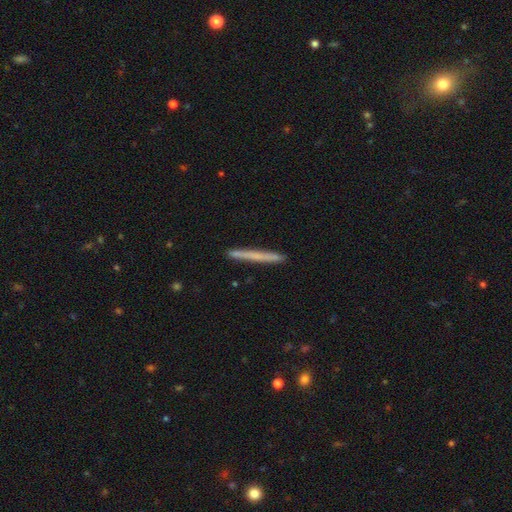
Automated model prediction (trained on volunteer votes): Smooth or featured?
  - smooth: 60% *
  - featured or disk: 35%
  - star or artifact: 6%
How rounded?
  - cigar-shaped: 97% *
  - in between: 1%
  - round: 1%
Merging?
  - none: 92% *
  - minor disturbance: 6%
  - merger: 1%
  - major disturbance: 1%